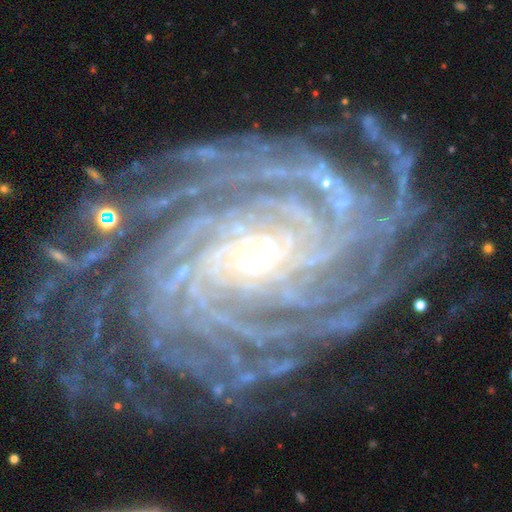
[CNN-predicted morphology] A featured or disk galaxy (93%) with no bar (46%), more than 4 (36%) tight (80%) spiral arms (99%) and a small central bulge (76%).

Vote fractions:
- Smooth or featured? featured or disk: 93% / star or artifact: 5% / smooth: 3%
- Edge-on disk? no: 98% / yes: 2%
- Bar? no: 46% / weak: 35% / strong: 20%
- Spiral arms? yes: 99% / no: 1%
- Spiral winding? tight: 80% / medium: 16% / loose: 4%
- Spiral arm count? more than 4: 36% / 4: 19% / can't tell: 14% / 3: 11% / 2: 10% / 1: 9%
- Bulge size? small: 76% / moderate: 19% / large: 2% / none: 2% / dominant: 1%
- Merging? none: 72% / minor disturbance: 16% / major disturbance: 9% / merger: 3%